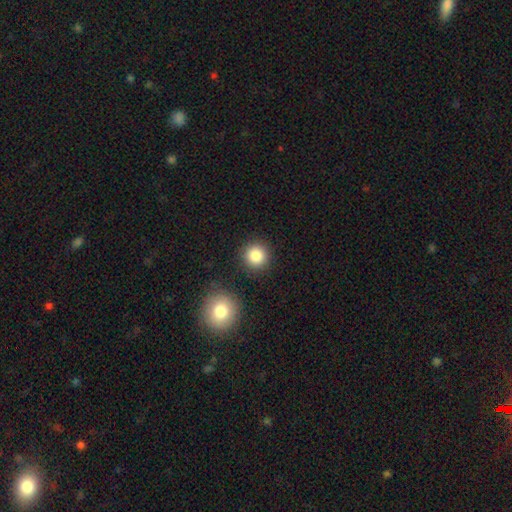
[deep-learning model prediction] The model was most divided on "smooth or featured": smooth: 85%, star or artifact: 10%, featured or disk: 5%. More confident: how rounded — round (93%); merging — none (87%).